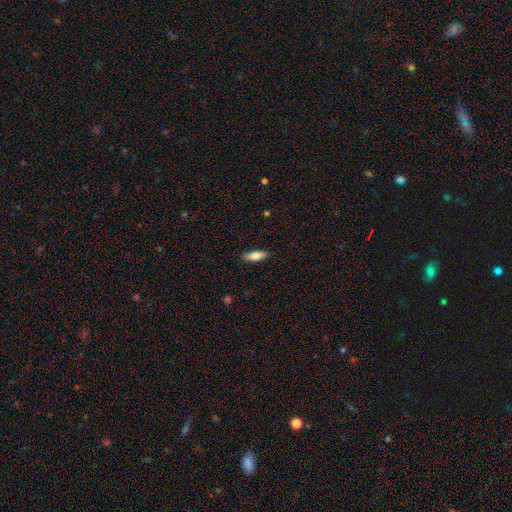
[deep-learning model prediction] Smooth or featured? Predicted: smooth (p=0.77). How rounded? Predicted: in between (p=0.57). Merging? Predicted: none (p=0.87).